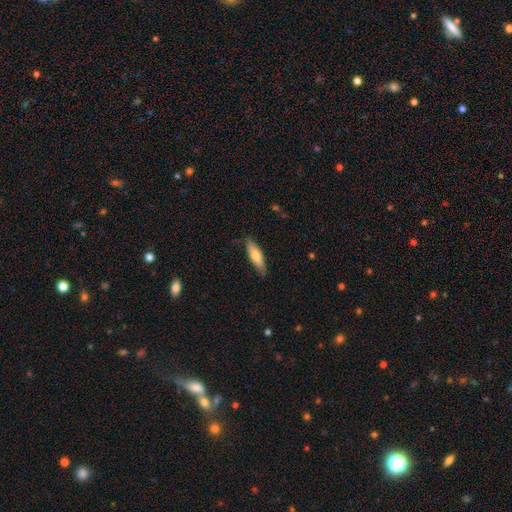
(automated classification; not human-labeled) Smooth or featured?
  - smooth: 69% *
  - featured or disk: 25%
  - star or artifact: 6%
How rounded?
  - cigar-shaped: 51% *
  - in between: 47%
  - round: 2%
Merging?
  - none: 80% *
  - minor disturbance: 17%
  - major disturbance: 3%
  - merger: 1%